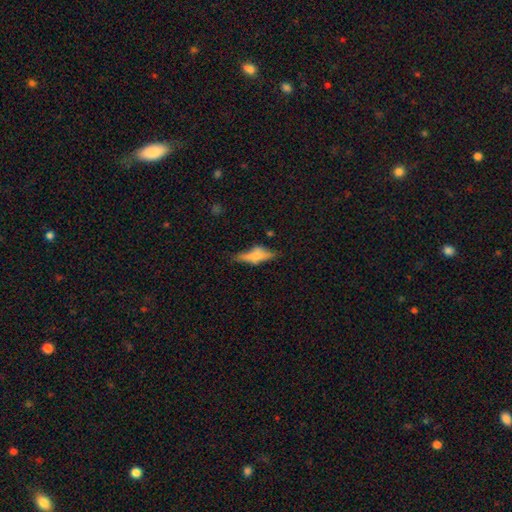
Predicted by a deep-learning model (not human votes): Morphology: type=smooth (55%); roundness=cigar-shaped (59%); merging=none (62%).